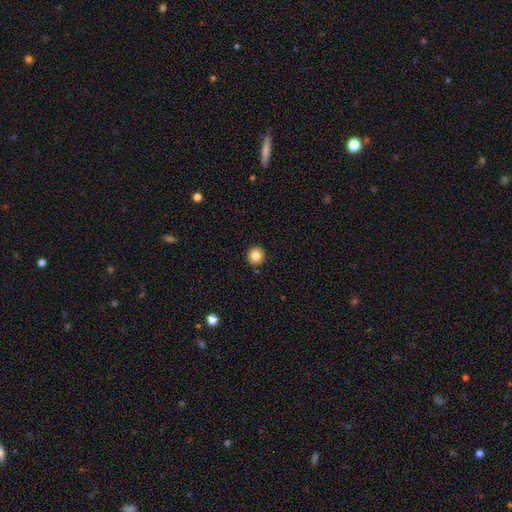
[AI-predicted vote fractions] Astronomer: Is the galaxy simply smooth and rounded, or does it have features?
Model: smooth — 85%.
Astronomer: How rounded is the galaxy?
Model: round — 94%.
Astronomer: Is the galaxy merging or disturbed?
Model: none — 92%.